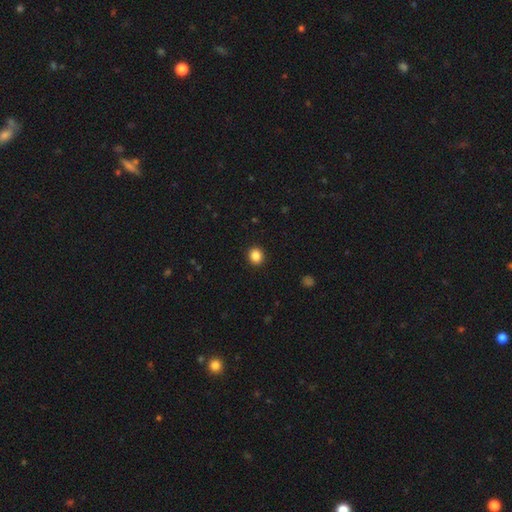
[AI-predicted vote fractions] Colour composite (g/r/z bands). It shows a smooth galaxy with no disk features (86%) that is round (84%). Merging: none (92%).